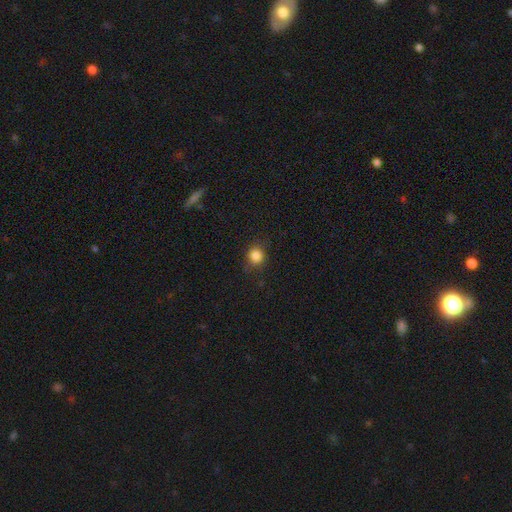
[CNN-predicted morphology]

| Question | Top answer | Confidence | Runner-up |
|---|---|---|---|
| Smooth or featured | smooth | 84% | star or artifact (11%) |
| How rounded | round | 86% | in between (13%) |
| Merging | none | 83% | minor disturbance (12%) |